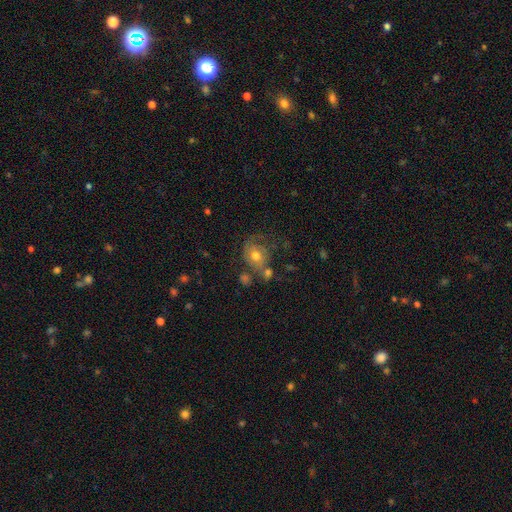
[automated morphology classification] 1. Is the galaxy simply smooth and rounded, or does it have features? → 54% featured or disk, 30% smooth, 16% star or artifact.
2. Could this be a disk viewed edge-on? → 97% no, 3% yes.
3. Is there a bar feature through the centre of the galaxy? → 80% no, 16% weak, 4% strong.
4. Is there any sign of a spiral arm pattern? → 72% yes, 28% no.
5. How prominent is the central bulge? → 70% moderate, 19% small, 7% large, 2% none, 2% dominant.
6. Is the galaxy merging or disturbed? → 47% none, 19% minor disturbance, 18% major disturbance, 16% merger.